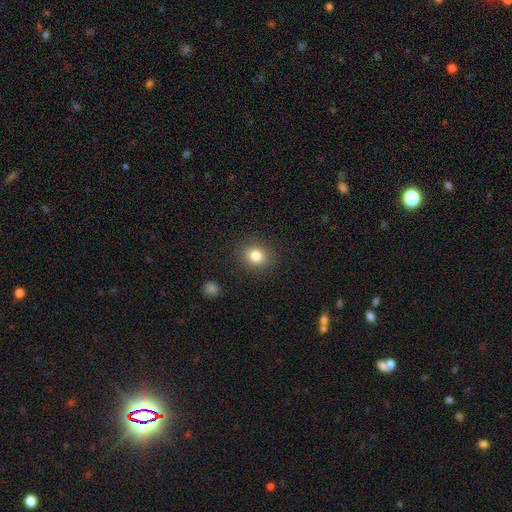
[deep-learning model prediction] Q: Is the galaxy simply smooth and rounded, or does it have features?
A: smooth — 82%.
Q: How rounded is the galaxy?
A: round — 76%.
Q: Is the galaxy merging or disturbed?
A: none — 89%.